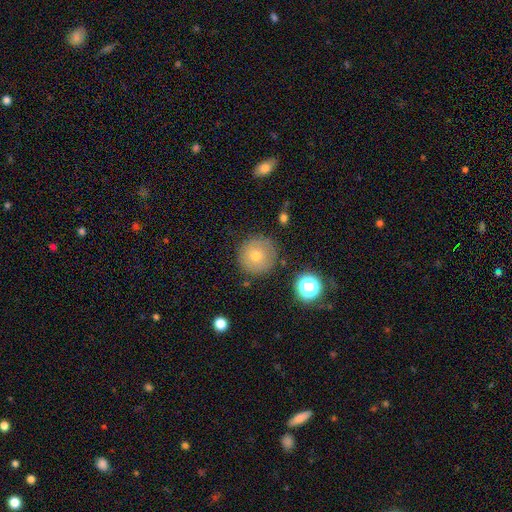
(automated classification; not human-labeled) Morphology: type=smooth (66%); roundness=round (95%); merging=none (84%).